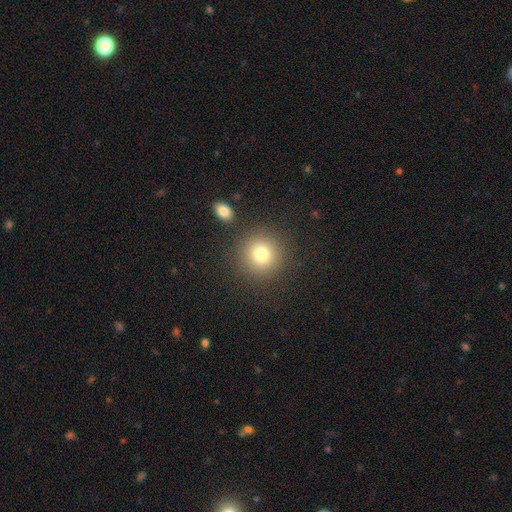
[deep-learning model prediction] Q: Smooth or featured?
A: smooth (67%); runner-up: star or artifact (26%)
Q: How rounded?
A: round (96%); runner-up: in between (3%)
Q: Merging?
A: none (90%); runner-up: minor disturbance (5%)